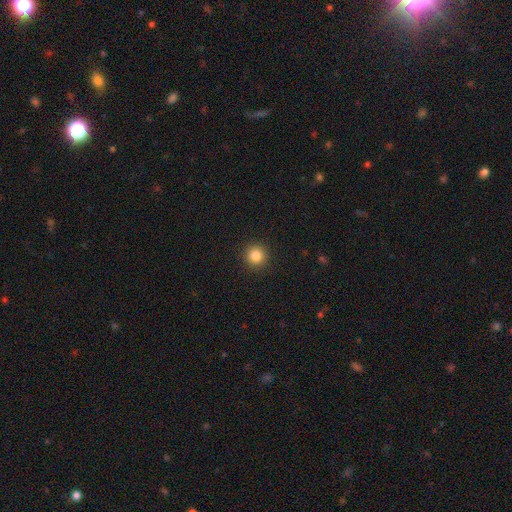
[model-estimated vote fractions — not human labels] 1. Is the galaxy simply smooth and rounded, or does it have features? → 85% smooth, 11% star or artifact, 4% featured or disk.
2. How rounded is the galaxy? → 95% round, 4% in between, 1% cigar-shaped.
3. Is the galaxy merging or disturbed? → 92% none, 5% minor disturbance, 2% major disturbance, 1% merger.